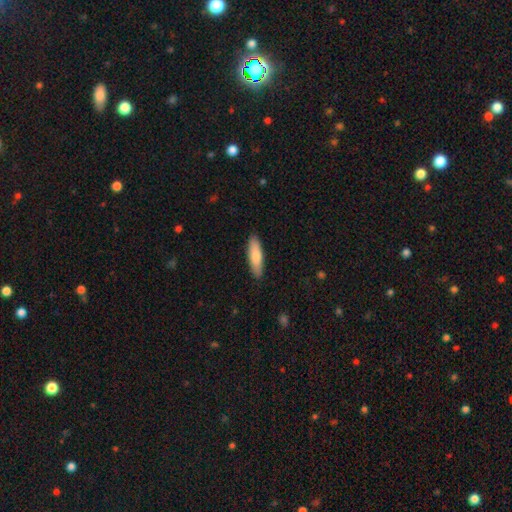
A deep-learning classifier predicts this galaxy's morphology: Smooth or featured: smooth — 82% (featured or disk — 13%)
How rounded: cigar-shaped — 61% (in between — 37%)
Merging: none — 89% (minor disturbance — 8%)